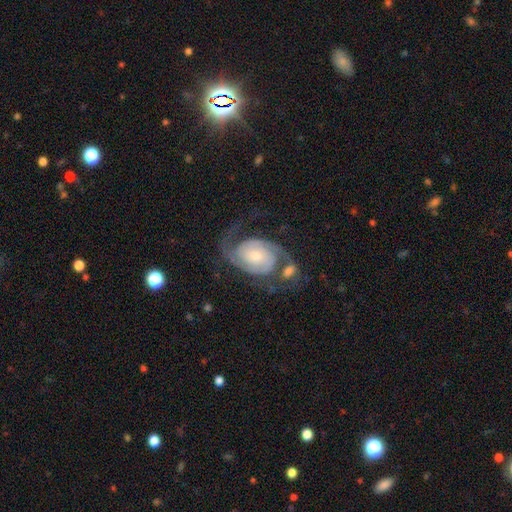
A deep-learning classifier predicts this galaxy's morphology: Q: Smooth or featured?
A: featured or disk (89%); runner-up: smooth (6%)
Q: Edge-on disk?
A: no (97%); runner-up: yes (3%)
Q: Bar?
A: no (66%); runner-up: weak (26%)
Q: Spiral arms?
A: yes (98%); runner-up: no (2%)
Q: Spiral winding?
A: medium (43%); runner-up: tight (40%)
Q: Spiral arm count?
A: 2 (88%); runner-up: can't tell (4%)
Q: Bulge size?
A: small (54%); runner-up: moderate (38%)
Q: Merging?
A: none (58%); runner-up: minor disturbance (17%)